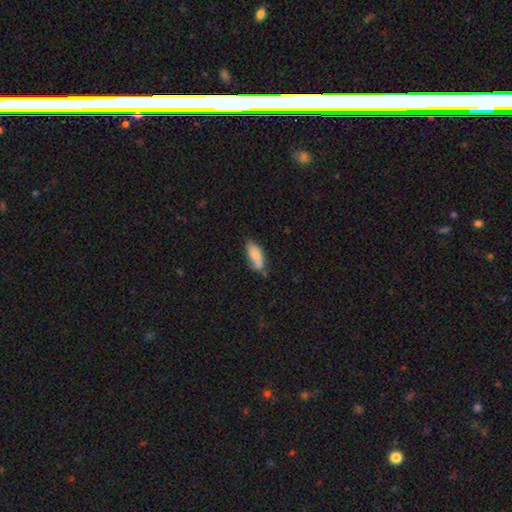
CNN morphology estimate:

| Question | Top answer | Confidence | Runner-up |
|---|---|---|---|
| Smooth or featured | smooth | 80% | featured or disk (13%) |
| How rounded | in between | 85% | cigar-shaped (13%) |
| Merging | none | 50% | minor disturbance (33%) |